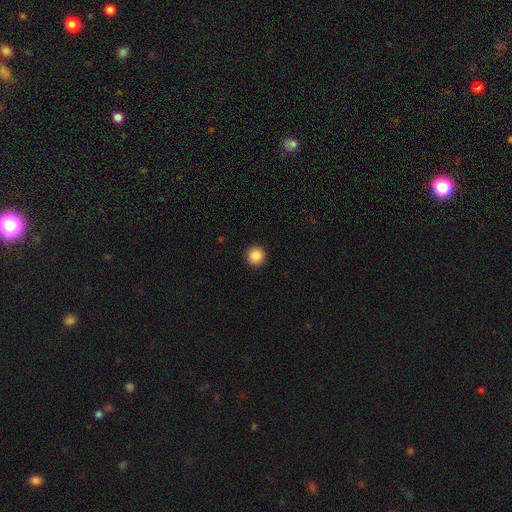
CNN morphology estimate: type=smooth (87%); roundness=round (95%); merging=none (93%).